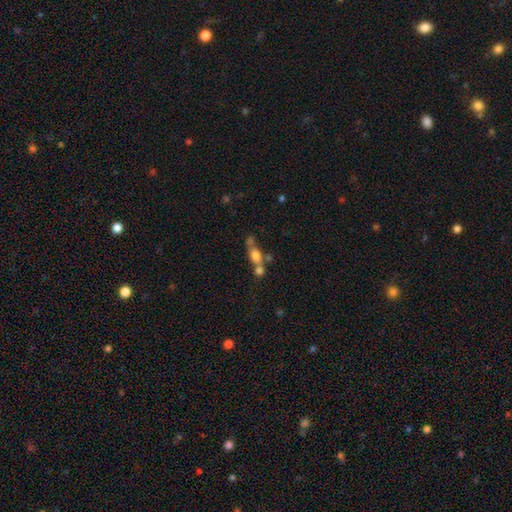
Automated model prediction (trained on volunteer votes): A smooth galaxy with no disk features (66%) that is in between round and cigar-shaped (56%). Merging: merger (50%).